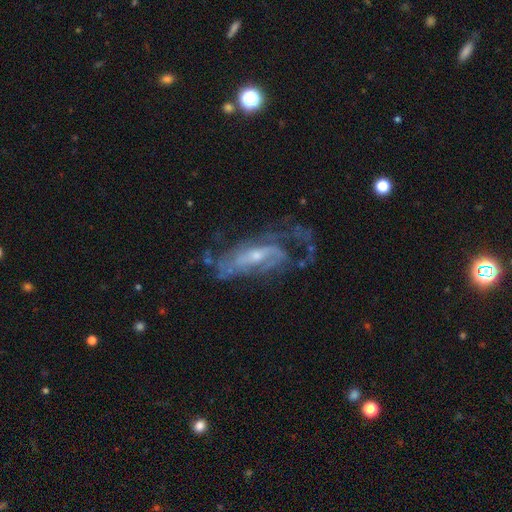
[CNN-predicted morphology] Smooth or featured?
  - featured or disk: 81% *
  - smooth: 11%
  - star or artifact: 8%
Edge-on disk?
  - no: 88% *
  - yes: 12%
Bar?
  - no: 44% *
  - weak: 40%
  - strong: 16%
Spiral arms?
  - yes: 86% *
  - no: 14%
Spiral winding?
  - medium: 41% *
  - tight: 38%
  - loose: 22%
Spiral arm count?
  - 2: 36% * (tied)
  - can't tell: 36% * (tied)
  - 1: 11%
  - 3: 10%
  - 4: 4%
  - more than 4: 3%
Bulge size?
  - small: 57% *
  - moderate: 37%
  - none: 3%
  - large: 2%
  - dominant: 1%
Merging?
  - none: 47% *
  - major disturbance: 29%
  - minor disturbance: 21%
  - merger: 3%